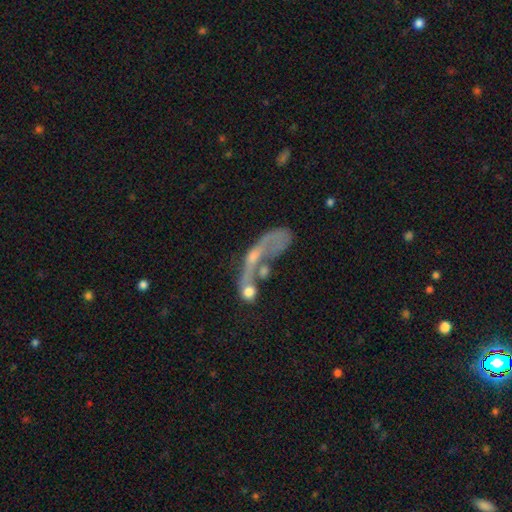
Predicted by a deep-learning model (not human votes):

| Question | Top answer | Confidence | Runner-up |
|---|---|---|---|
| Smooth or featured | featured or disk | 55% | smooth (30%) |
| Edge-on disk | no | 83% | yes (17%) |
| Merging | merger | 42% | major disturbance (35%) |